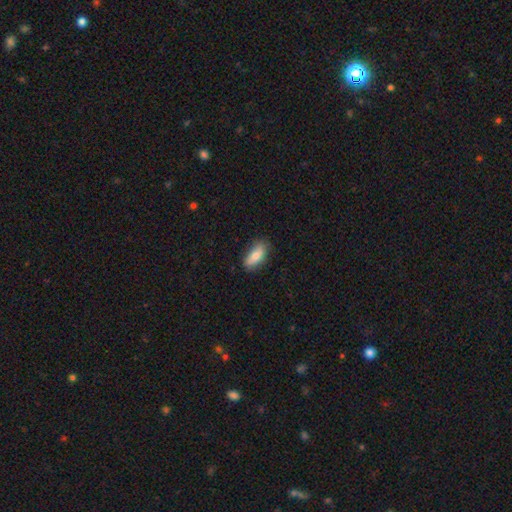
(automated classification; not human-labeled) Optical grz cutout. It shows a smooth galaxy with no disk features (78%) that is in between round and cigar-shaped (81%). Merging: none (78%).